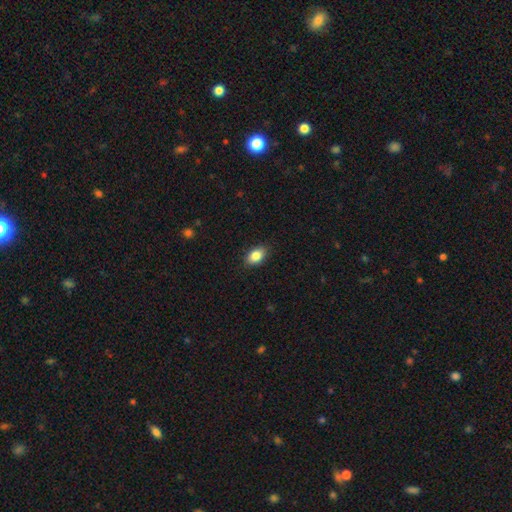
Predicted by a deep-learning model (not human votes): The model was most divided on "how rounded": in between: 87%, round: 12%, cigar-shaped: 2%. More confident: merging — none (87%); smooth or featured — smooth (85%).